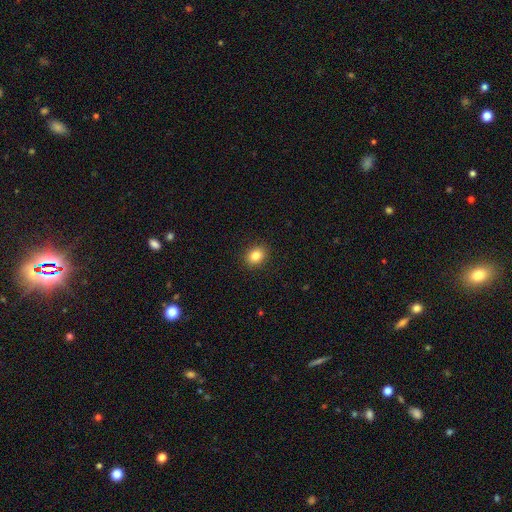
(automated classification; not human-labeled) smooth-or-featured: smooth: 84% | star or artifact: 10% | featured or disk: 6%
  how-rounded: round: 55% | in between: 44% | cigar-shaped: 1%
  merging: none: 91% | minor disturbance: 6% | major disturbance: 2% | merger: 1%